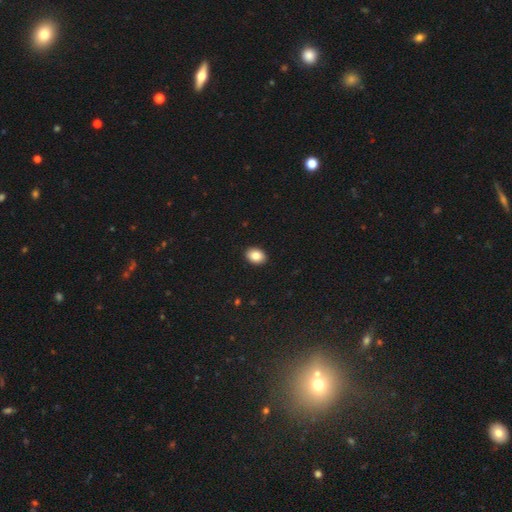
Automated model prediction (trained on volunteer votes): Overall: smooth (85%). How rounded: in between (72%). Merging: none (91%).